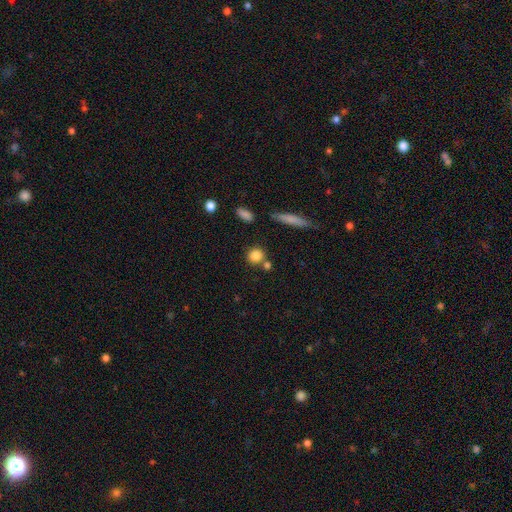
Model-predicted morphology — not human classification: This appears to be a smooth galaxy with no disk features (83%) that is round (85%). Merging: none (70%).